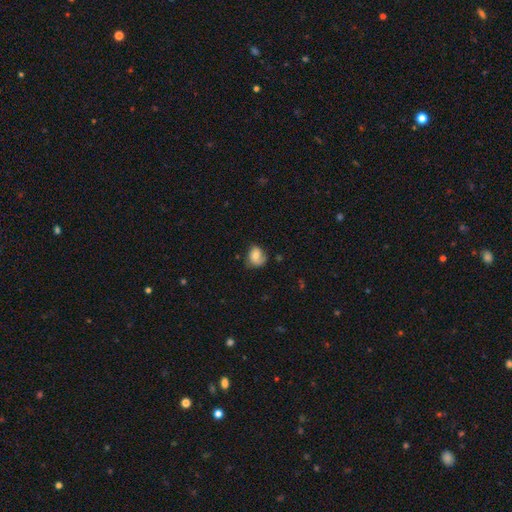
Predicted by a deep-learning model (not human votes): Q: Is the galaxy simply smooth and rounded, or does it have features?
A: smooth — 57%.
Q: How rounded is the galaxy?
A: round — 51%.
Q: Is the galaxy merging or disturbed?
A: none — 54%.